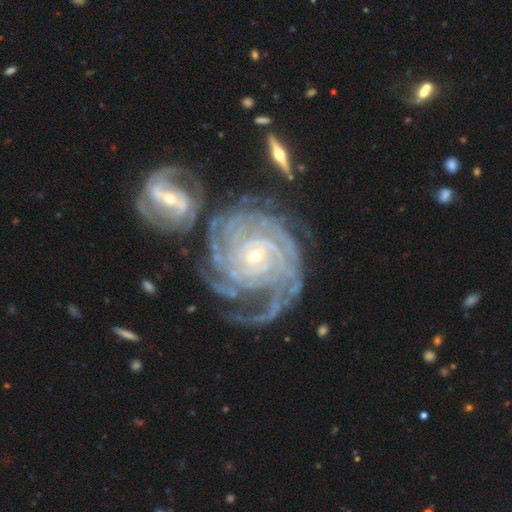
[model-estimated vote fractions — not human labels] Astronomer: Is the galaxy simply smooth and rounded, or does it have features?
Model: featured or disk — 92%.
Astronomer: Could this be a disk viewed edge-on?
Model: no — 98%.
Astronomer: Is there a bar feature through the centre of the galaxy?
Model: no — 58%.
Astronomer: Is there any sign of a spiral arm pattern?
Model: yes — 98%.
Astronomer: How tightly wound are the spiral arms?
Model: tight — 80%.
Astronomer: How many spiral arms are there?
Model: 4 — 27% (runner-up: more than 4, 21%).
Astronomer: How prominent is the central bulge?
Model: small — 80%.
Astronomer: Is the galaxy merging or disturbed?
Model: none — 40% (runner-up: merger, 25%).